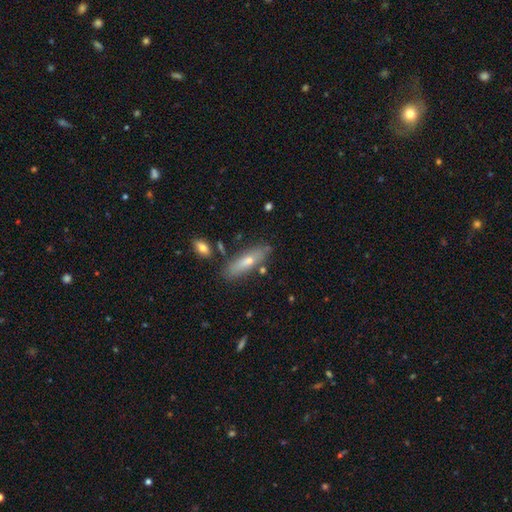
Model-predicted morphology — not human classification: Smooth or featured: smooth — 53% (featured or disk — 39%)
How rounded: cigar-shaped — 58% (in between — 40%)
Merging: none — 80% (minor disturbance — 12%)